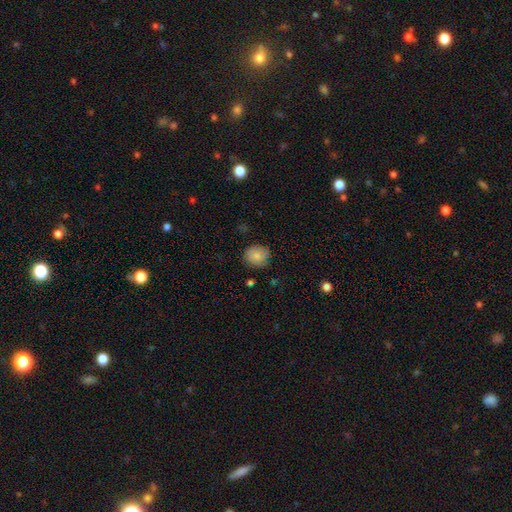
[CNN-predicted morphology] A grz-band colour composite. It shows a smooth galaxy with no disk features (78%) that is round (83%). Merging: none (82%).